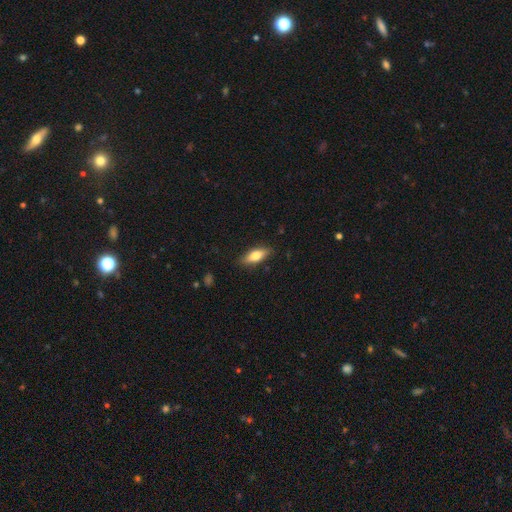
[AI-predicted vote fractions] smooth-or-featured: smooth: 73% | featured or disk: 21% | star or artifact: 6%
  how-rounded: in between: 67% | cigar-shaped: 30% | round: 3%
  merging: none: 85% | minor disturbance: 11% | major disturbance: 2% | merger: 1%